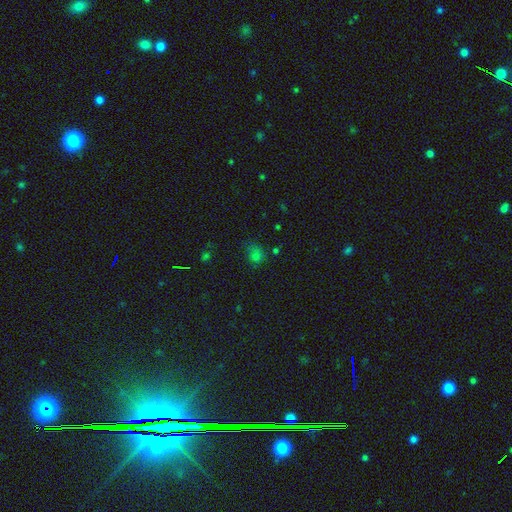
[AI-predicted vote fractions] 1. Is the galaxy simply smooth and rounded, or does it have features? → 63% smooth, 29% star or artifact, 8% featured or disk.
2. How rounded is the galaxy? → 53% round, 45% in between, 2% cigar-shaped.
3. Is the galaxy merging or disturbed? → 48% none, 27% minor disturbance, 17% major disturbance, 7% merger.